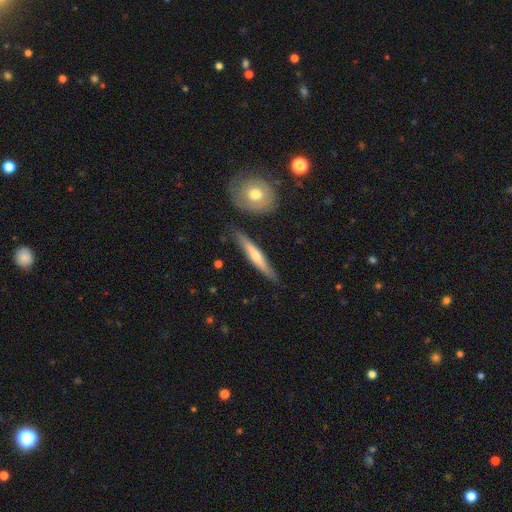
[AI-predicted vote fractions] smooth-or-featured: featured or disk: 52% | smooth: 43% | star or artifact: 5%
  disk-edge-on: yes: 91% | no: 9%
  merging: none: 81% | minor disturbance: 13% | merger: 3% | major disturbance: 2%